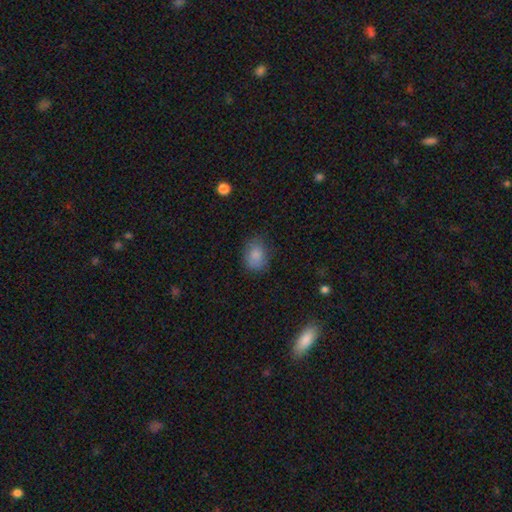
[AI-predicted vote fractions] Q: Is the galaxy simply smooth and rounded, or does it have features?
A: smooth — 84%.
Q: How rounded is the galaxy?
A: in between — 69%.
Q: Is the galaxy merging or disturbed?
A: none — 73%.